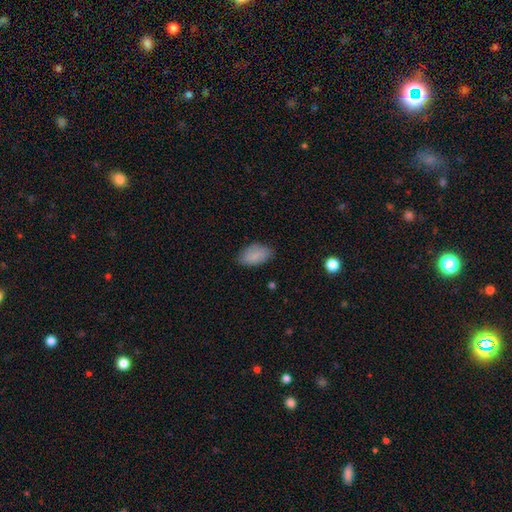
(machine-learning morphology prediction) Smooth or featured: smooth — 83% (featured or disk — 9%)
How rounded: in between — 93% (round — 4%)
Merging: none — 80% (minor disturbance — 16%)